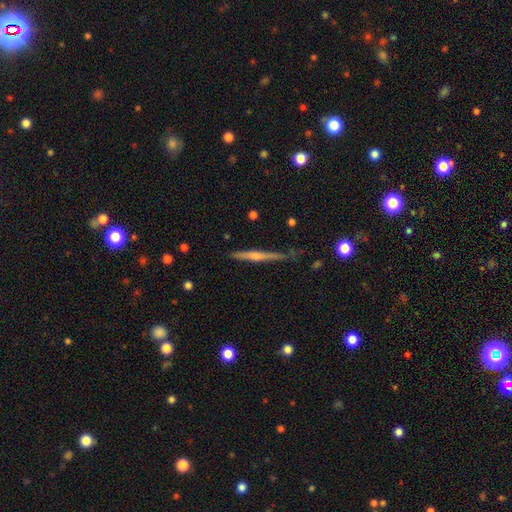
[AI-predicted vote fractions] Q: Smooth or featured?
A: featured or disk (66%); runner-up: smooth (23%)
Q: Edge-on disk?
A: yes (96%); runner-up: no (4%)
Q: Edge-on bulge?
A: rounded (66%); runner-up: none (24%)
Q: Merging?
A: none (79%); runner-up: minor disturbance (15%)